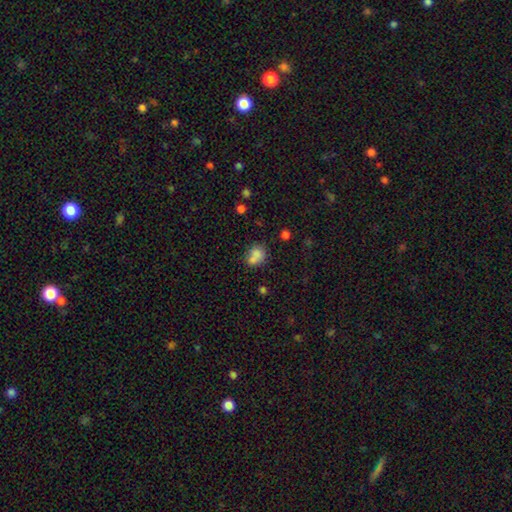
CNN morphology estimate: Q: Smooth or featured?
A: smooth (77%); runner-up: star or artifact (12%)
Q: How rounded?
A: in between (58%); runner-up: round (41%)
Q: Merging?
A: none (42%); runner-up: merger (31%)